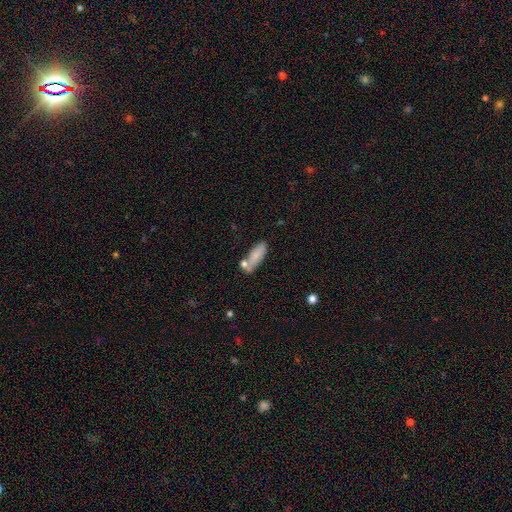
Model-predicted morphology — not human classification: A smooth galaxy with no disk features (81%) that is in between round and cigar-shaped (66%).

Vote fractions:
- Smooth or featured? smooth: 81% / featured or disk: 12% / star or artifact: 7%
- How rounded? in between: 66% / cigar-shaped: 31% / round: 2%
- Merging? none: 57% / merger: 19% / minor disturbance: 18% / major disturbance: 5%